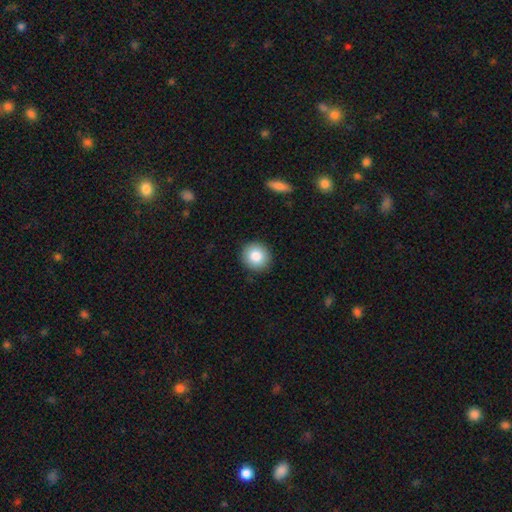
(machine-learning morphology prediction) The model was most divided on "smooth or featured": smooth: 84%, star or artifact: 8%, featured or disk: 7%. More confident: merging — none (91%); how rounded — round (89%).